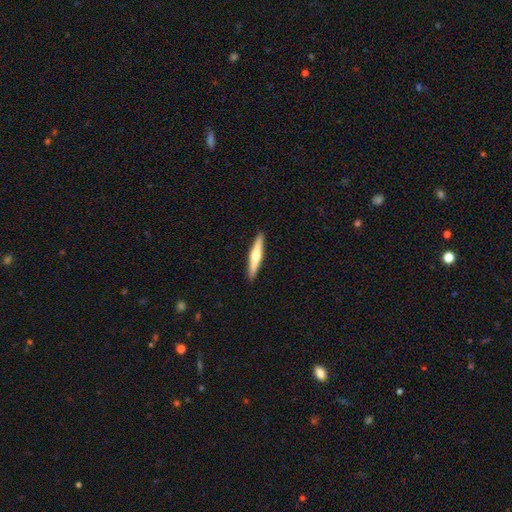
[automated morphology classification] smooth-or-featured: featured or disk: 51% | smooth: 45% | star or artifact: 5%
  disk-edge-on: yes: 97% | no: 3%
  merging: none: 92% | minor disturbance: 6% | major disturbance: 1% | merger: 1%